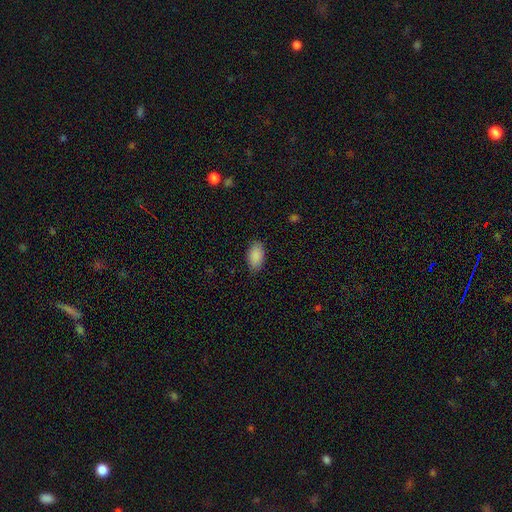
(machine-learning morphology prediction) smooth_or_featured: smooth (p=0.89) [alt: star or artifact p=0.07]
how_rounded: in between (p=0.94) [alt: round p=0.04]
merging: none (p=0.84) [alt: minor disturbance p=0.12]